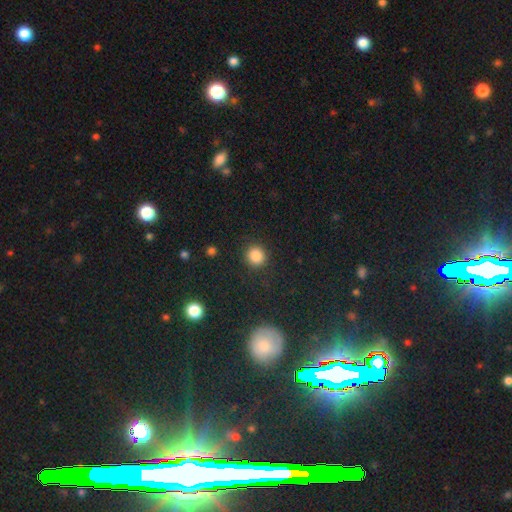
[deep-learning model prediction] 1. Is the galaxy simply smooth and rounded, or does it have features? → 85% smooth, 11% star or artifact, 4% featured or disk.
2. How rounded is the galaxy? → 88% round, 11% in between, 1% cigar-shaped.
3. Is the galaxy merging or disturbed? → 89% none, 7% minor disturbance, 3% major disturbance, 1% merger.